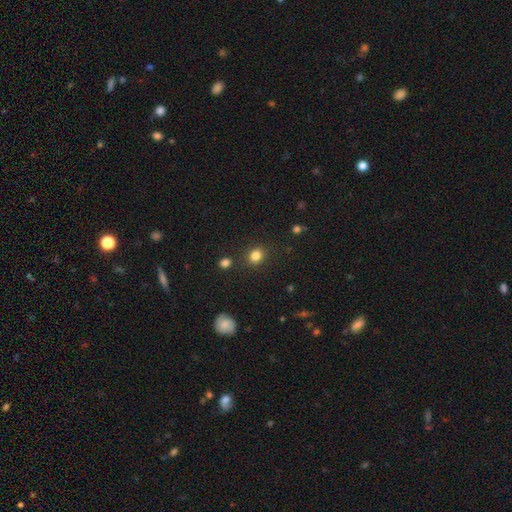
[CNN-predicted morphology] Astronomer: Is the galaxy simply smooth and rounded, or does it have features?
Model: smooth — 83%.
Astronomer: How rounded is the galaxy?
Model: round — 66%.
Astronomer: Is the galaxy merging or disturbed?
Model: none — 84%.